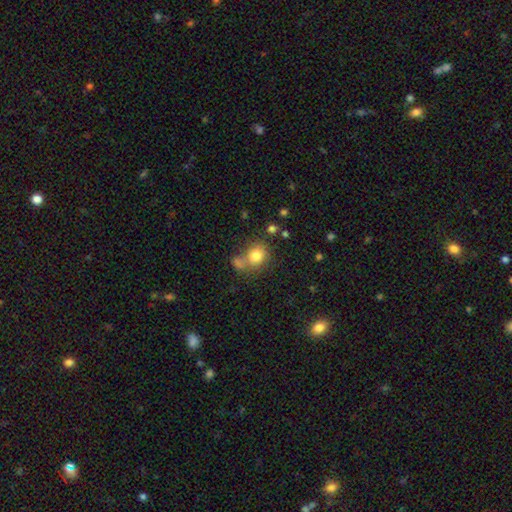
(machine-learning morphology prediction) smooth 79%, star or artifact 11%, featured or disk 10%. Down the decision tree: how rounded — round (69%); merging — none (52%).